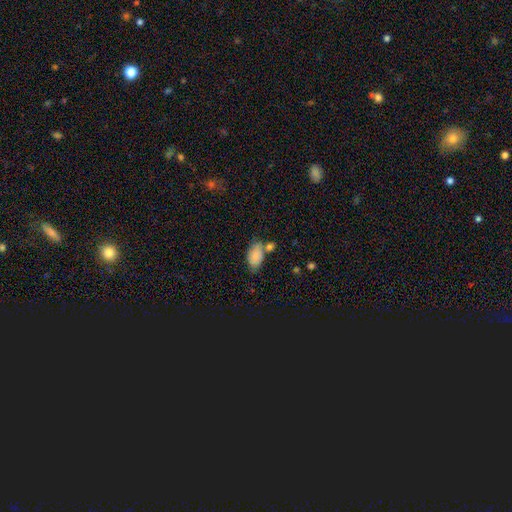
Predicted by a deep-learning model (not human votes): Smooth or featured: smooth — 83% (featured or disk — 10%)
How rounded: in between — 93% (round — 5%)
Merging: none — 55% (minor disturbance — 20%)